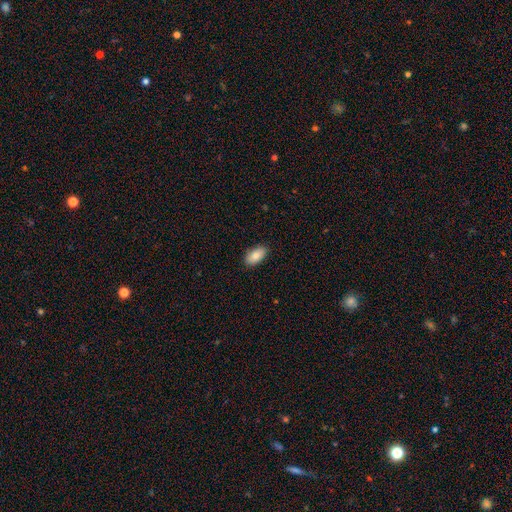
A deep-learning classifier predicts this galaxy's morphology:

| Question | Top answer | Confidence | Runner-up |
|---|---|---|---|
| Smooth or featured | smooth | 85% | featured or disk (9%) |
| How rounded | in between | 94% | cigar-shaped (3%) |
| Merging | none | 87% | minor disturbance (10%) |